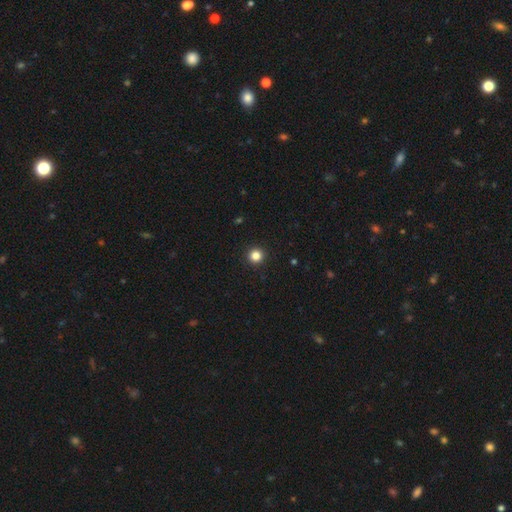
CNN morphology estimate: Smooth or featured: smooth — 84% (star or artifact — 12%)
How rounded: round — 96% (in between — 3%)
Merging: none — 94% (minor disturbance — 4%)